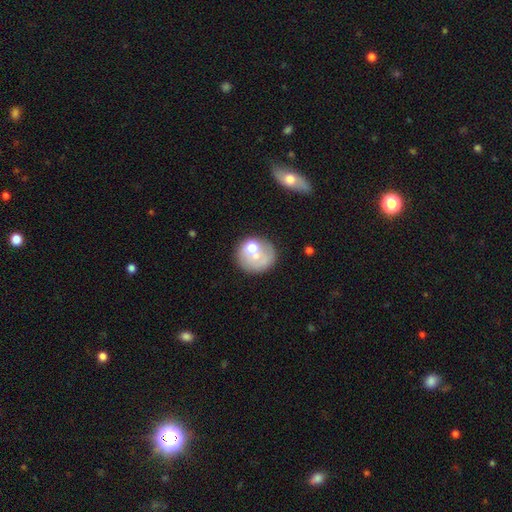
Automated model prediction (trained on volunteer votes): Overall: smooth (58%; featured or disk 31%). How rounded: round (85%). Merging: none (54%; minor disturbance 17%).